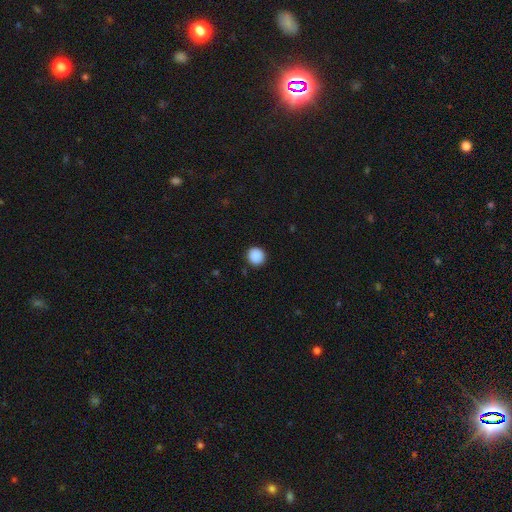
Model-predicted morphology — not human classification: smooth 89%, star or artifact 8%, featured or disk 2%. Down the decision tree: how rounded — round (93%); merging — none (92%).